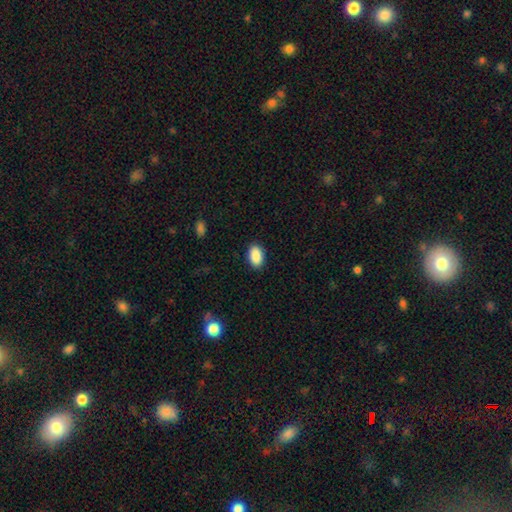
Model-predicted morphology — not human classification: The model was most divided on "merging": none: 89%, minor disturbance: 8%, major disturbance: 2%, merger: 1%. More confident: how rounded — in between (93%); smooth or featured — smooth (90%).